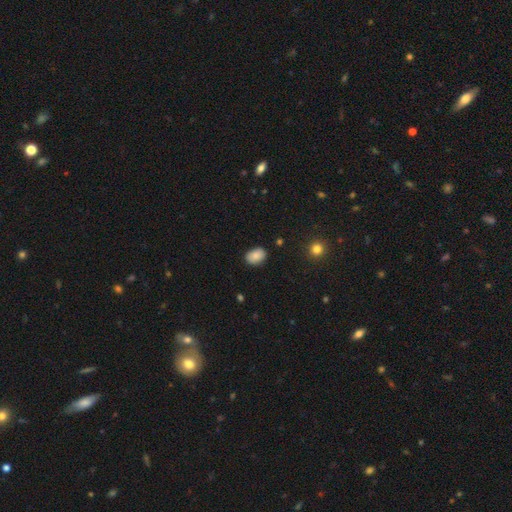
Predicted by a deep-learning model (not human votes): Overall: smooth (87%). How rounded: in between (81%). Merging: none (86%).